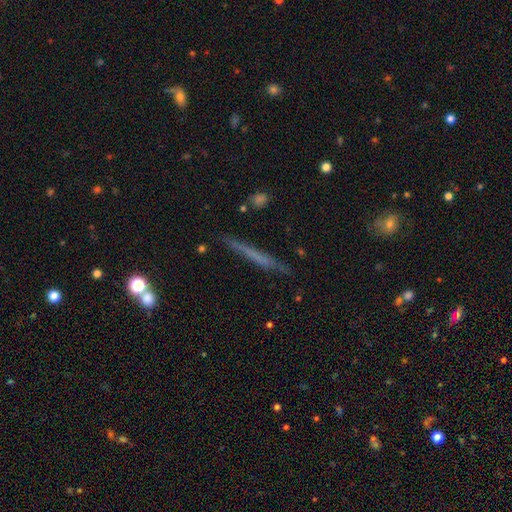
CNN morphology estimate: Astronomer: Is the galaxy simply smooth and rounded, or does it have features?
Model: featured or disk — 47% (runner-up: smooth, 44%).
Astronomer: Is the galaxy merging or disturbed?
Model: none — 84%.